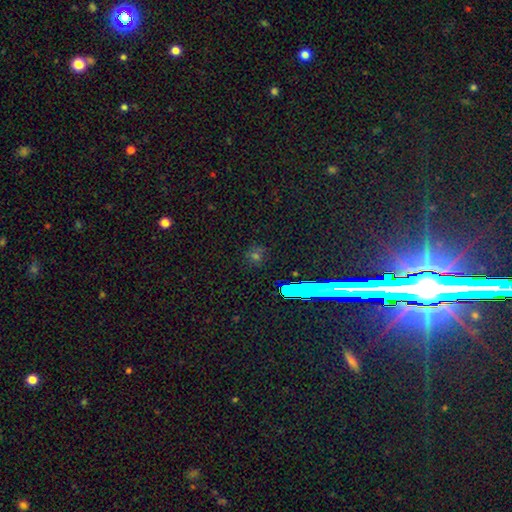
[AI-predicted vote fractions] Smooth or featured?
  - smooth: 47% *
  - star or artifact: 44%
  - featured or disk: 9%
Merging?
  - none: 83% *
  - minor disturbance: 10%
  - major disturbance: 4%
  - merger: 3%